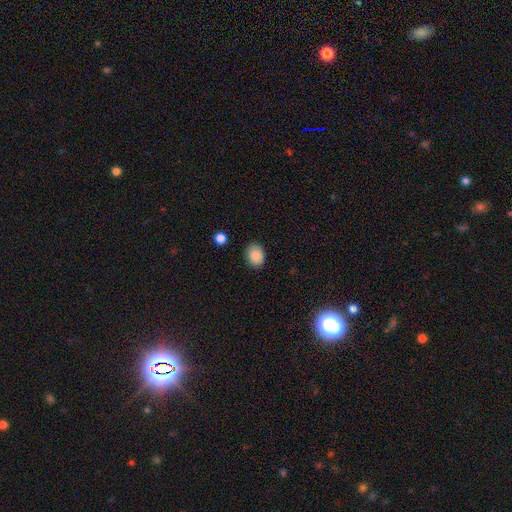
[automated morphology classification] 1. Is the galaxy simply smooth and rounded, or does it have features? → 88% smooth, 8% star or artifact, 4% featured or disk.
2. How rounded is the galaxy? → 59% in between, 41% round, 1% cigar-shaped.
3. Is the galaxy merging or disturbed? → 86% none, 10% minor disturbance, 2% major disturbance, 2% merger.